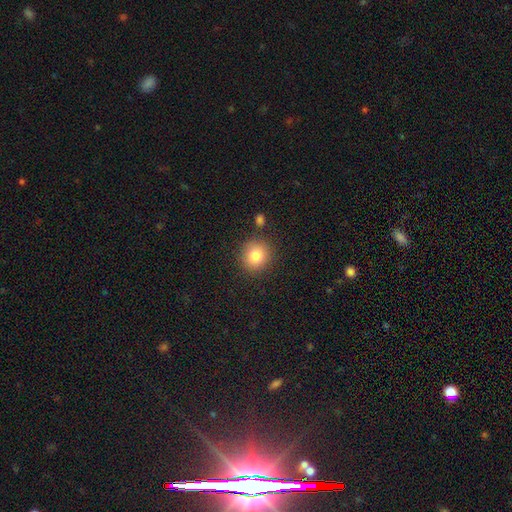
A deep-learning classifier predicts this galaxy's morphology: type=smooth (83%); roundness=round (87%); merging=none (84%).